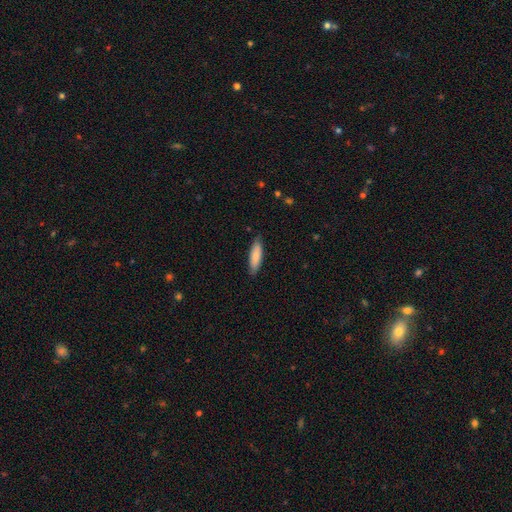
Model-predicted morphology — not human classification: Overall: smooth (85%). How rounded: cigar-shaped (59%; in between 40%). Merging: none (86%).